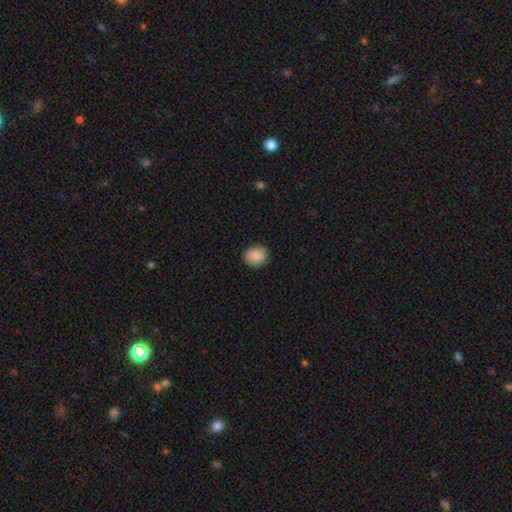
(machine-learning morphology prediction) Overall: smooth (88%). How rounded: round (57%; in between 42%). Merging: none (88%).